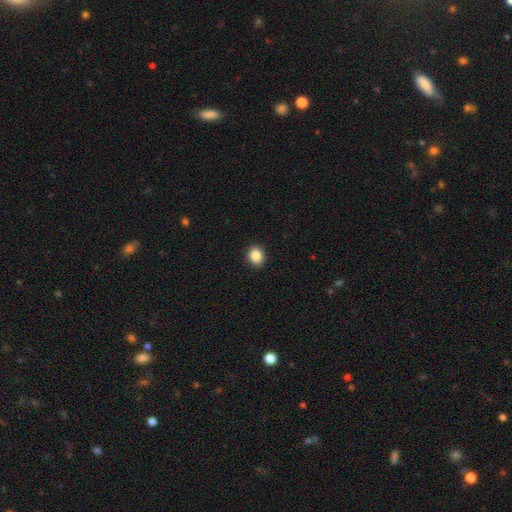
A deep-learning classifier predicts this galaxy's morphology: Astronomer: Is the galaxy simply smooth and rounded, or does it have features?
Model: smooth — 87%.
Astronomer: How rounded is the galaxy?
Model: round — 74%.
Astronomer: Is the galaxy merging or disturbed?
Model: none — 92%.